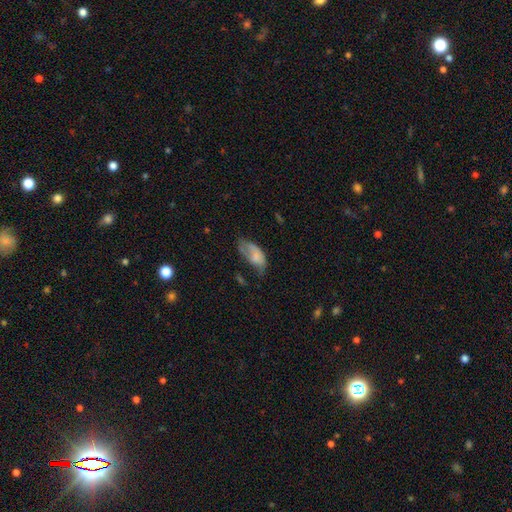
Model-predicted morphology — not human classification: Smooth or featured? Predicted: smooth (p=0.63). How rounded? Predicted: in between (p=0.92). Merging? Predicted: major disturbance (p=0.36).